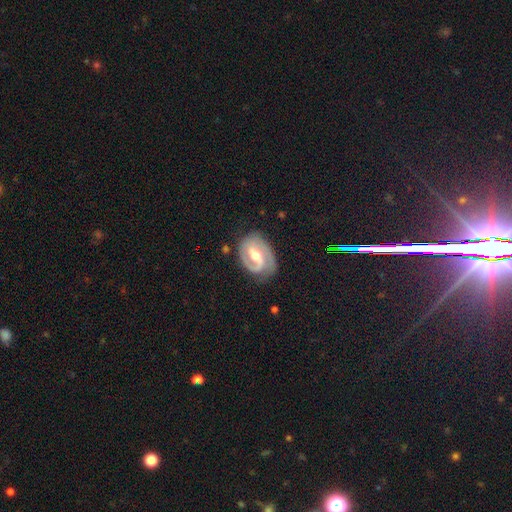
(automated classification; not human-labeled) This appears to be a featured or disk galaxy (88%) with a weak bar (48%), 2 (76%) medium (46%) spiral arms (96%) and a moderate central bulge (66%). Merging: none (74%).